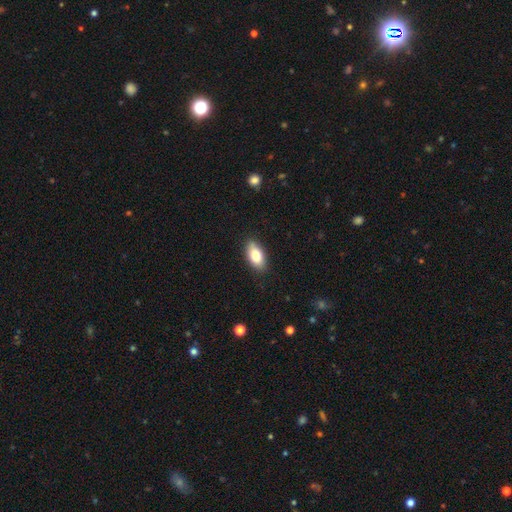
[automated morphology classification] The model was most divided on "smooth or featured": smooth: 80%, featured or disk: 13%, star or artifact: 7%. More confident: how rounded — in between (91%); merging — none (87%).